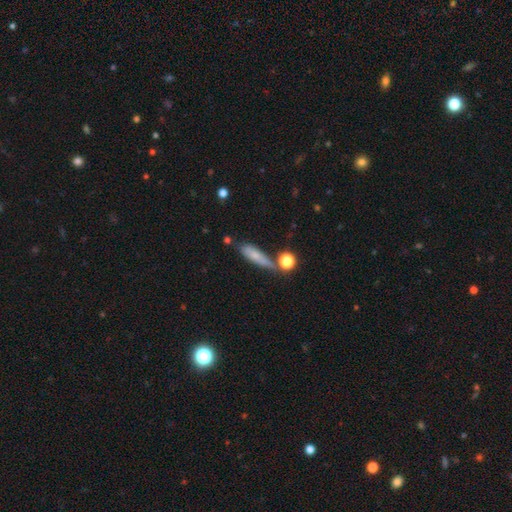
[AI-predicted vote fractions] Smooth or featured? smooth (67%)
How rounded? cigar-shaped (65%)
Merging? none (57%)